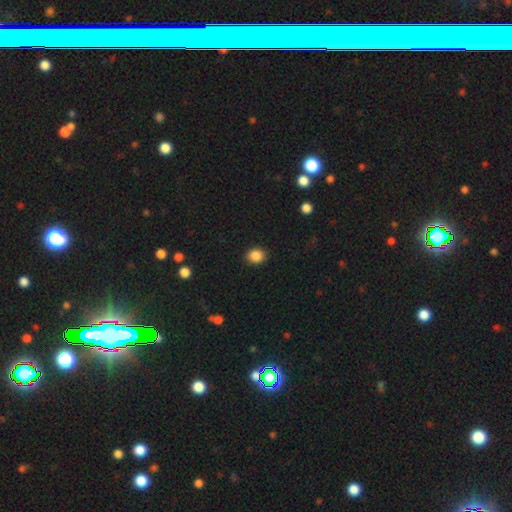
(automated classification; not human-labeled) smooth 87%, star or artifact 9%, featured or disk 3%. Down the decision tree: how rounded — round (61%); merging — none (90%).